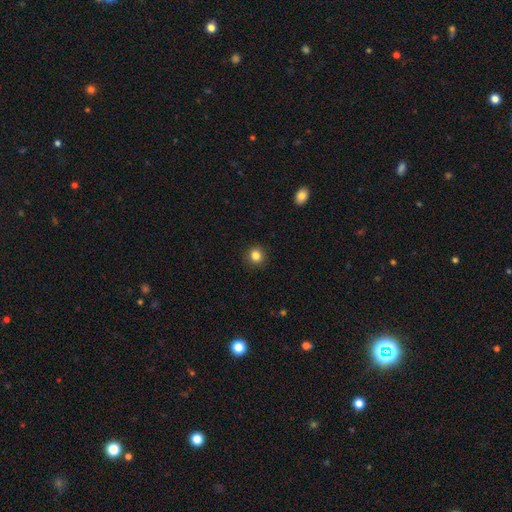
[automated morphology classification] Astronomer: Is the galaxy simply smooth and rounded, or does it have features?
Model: smooth — 84%.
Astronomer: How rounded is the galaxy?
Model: round — 91%.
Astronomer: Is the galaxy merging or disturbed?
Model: none — 91%.